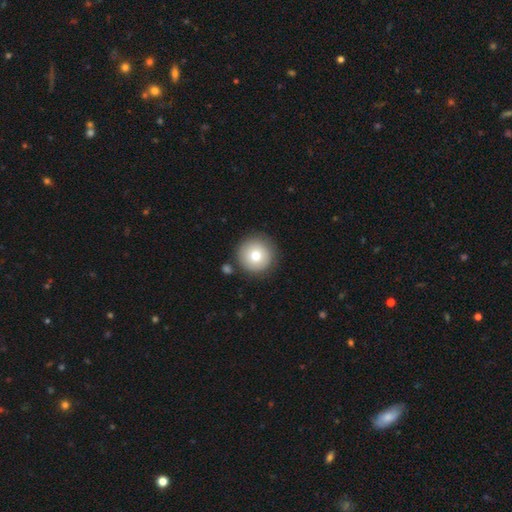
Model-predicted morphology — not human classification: Smooth or featured? Predicted: smooth (p=0.76). How rounded? Predicted: round (p=0.96). Merging? Predicted: none (p=0.84).